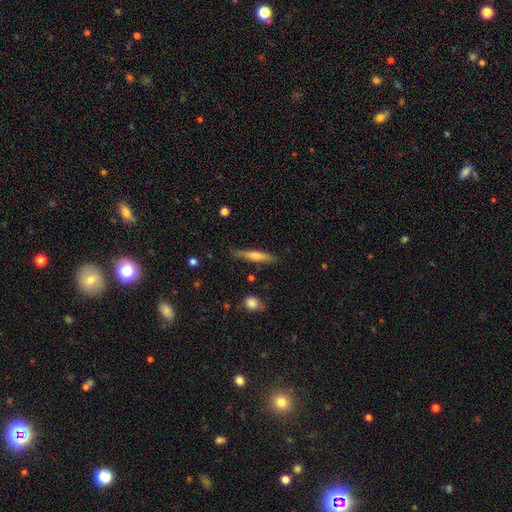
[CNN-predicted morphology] A smooth galaxy with no disk features (64%) that is cigar-shaped (89%).

Vote fractions:
- Smooth or featured? smooth: 64% / featured or disk: 30% / star or artifact: 6%
- How rounded? cigar-shaped: 89% / in between: 9% / round: 2%
- Merging? none: 79% / minor disturbance: 15% / major disturbance: 3% / merger: 2%